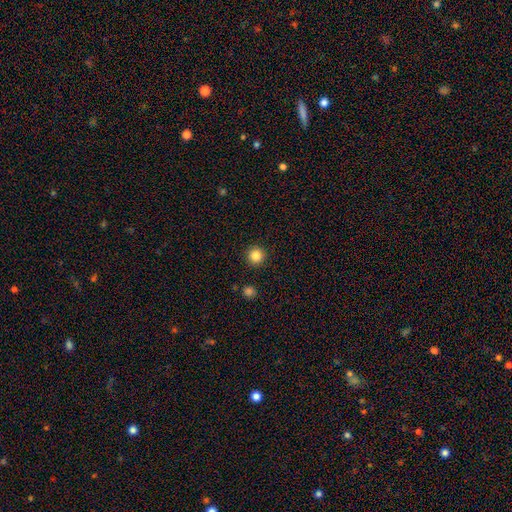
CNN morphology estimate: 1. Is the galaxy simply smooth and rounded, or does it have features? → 85% smooth, 11% star or artifact, 4% featured or disk.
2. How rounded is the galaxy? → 96% round, 3% in between, 1% cigar-shaped.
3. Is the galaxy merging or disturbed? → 93% none, 4% minor disturbance, 2% major disturbance, 1% merger.